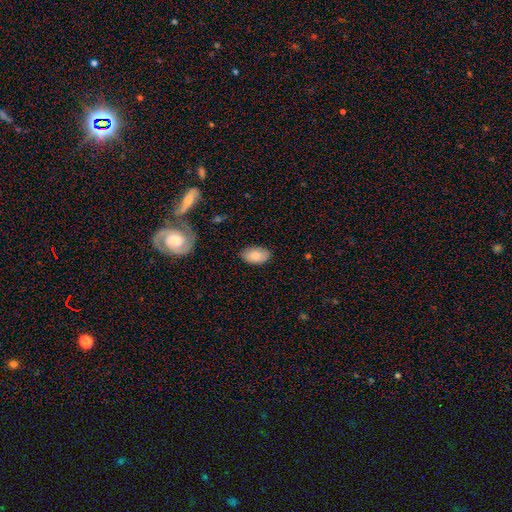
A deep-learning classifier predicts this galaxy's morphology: smooth_or_featured: smooth (p=0.86) [alt: featured or disk p=0.08]
how_rounded: in between (p=0.94) [alt: round p=0.05]
merging: none (p=0.83) [alt: minor disturbance p=0.13]